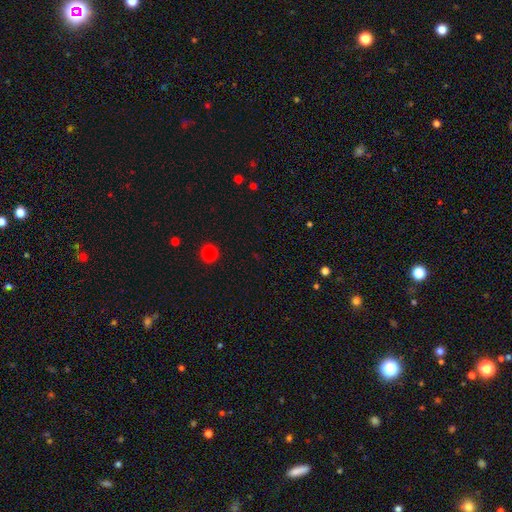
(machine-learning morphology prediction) The model was most divided on "smooth or featured": smooth: 50%, star or artifact: 44%, featured or disk: 6%. More confident: merging — none (90%); how rounded — round (86%).